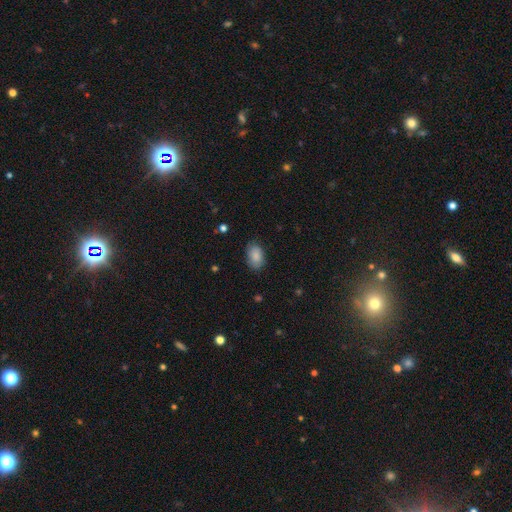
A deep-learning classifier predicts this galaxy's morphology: Q: Smooth or featured?
A: smooth (86%); runner-up: star or artifact (7%)
Q: How rounded?
A: in between (89%); runner-up: round (10%)
Q: Merging?
A: none (79%); runner-up: minor disturbance (16%)